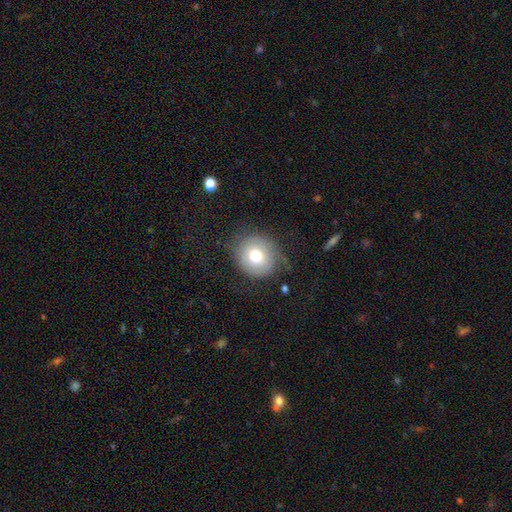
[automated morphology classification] Smooth or featured? Predicted: smooth (p=0.73). How rounded? Predicted: round (p=0.83). Merging? Predicted: none (p=0.72).